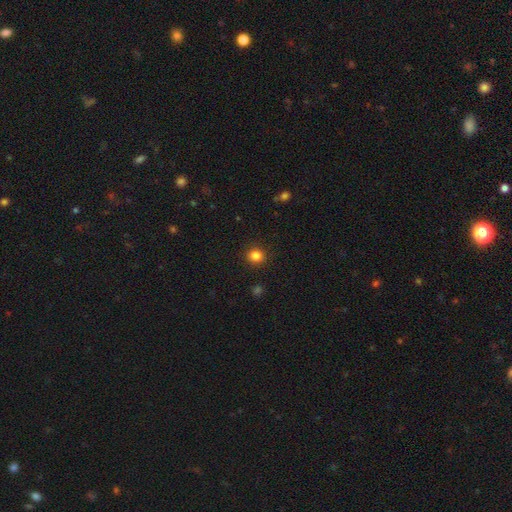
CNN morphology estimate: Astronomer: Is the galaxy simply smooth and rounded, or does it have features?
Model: smooth — 84%.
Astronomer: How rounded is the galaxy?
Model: round — 84%.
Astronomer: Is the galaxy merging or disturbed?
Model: none — 91%.